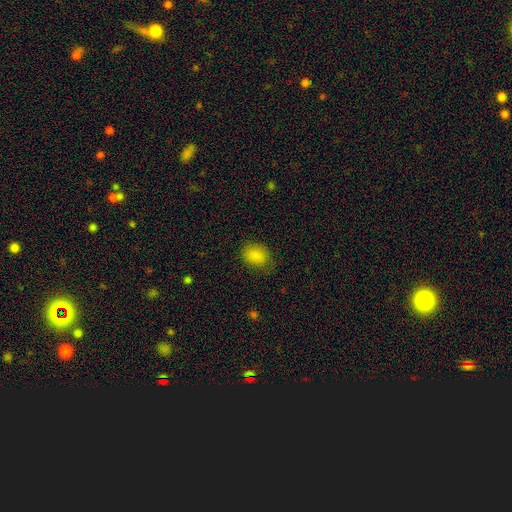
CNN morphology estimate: smooth 86%, star or artifact 10%, featured or disk 4%. Down the decision tree: how rounded — in between (65%); merging — none (75%).